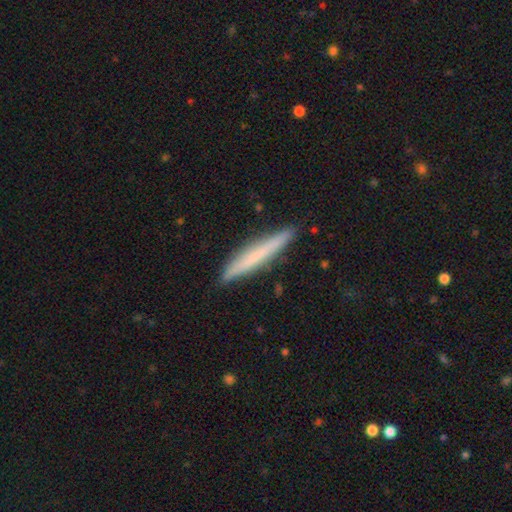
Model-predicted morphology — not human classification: Smooth or featured: smooth — 62% (featured or disk — 32%)
How rounded: cigar-shaped — 95% (in between — 3%)
Merging: none — 89% (minor disturbance — 8%)